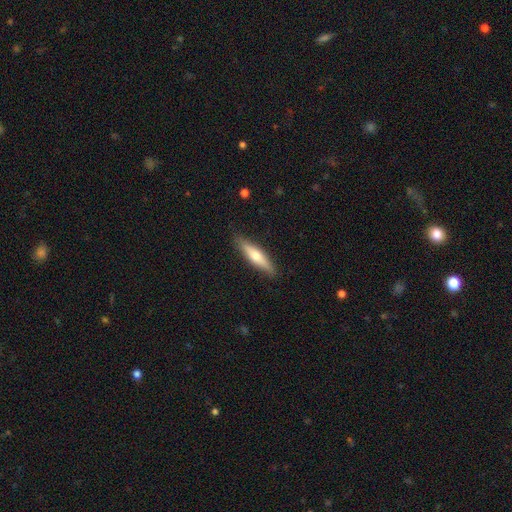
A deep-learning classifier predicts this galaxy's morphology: Overall: smooth (54%; featured or disk 41%). How rounded: cigar-shaped (78%). Merging: none (88%).